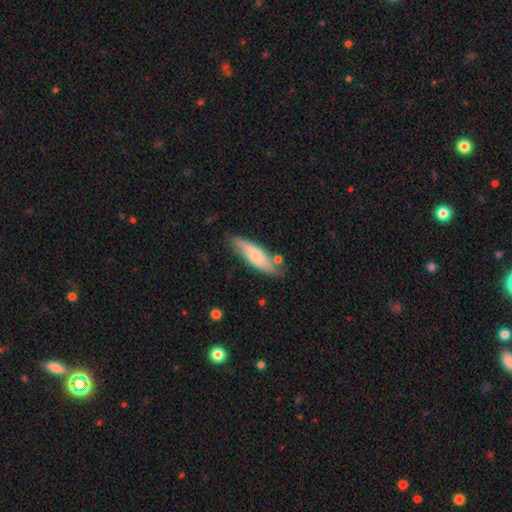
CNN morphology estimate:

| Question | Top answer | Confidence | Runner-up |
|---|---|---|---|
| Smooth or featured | smooth | 61% | featured or disk (34%) |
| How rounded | cigar-shaped | 61% | in between (37%) |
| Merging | none | 71% | minor disturbance (19%) |